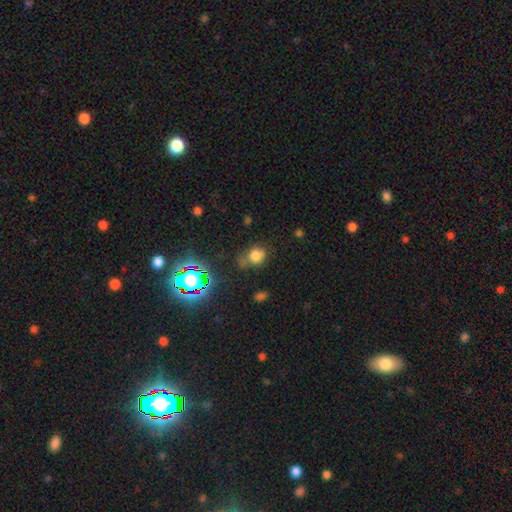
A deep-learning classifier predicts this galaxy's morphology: A smooth galaxy with no disk features (71%) that is round (63%).

Vote fractions:
- Smooth or featured? smooth: 71% / star or artifact: 21% / featured or disk: 8%
- How rounded? round: 63% / in between: 36% / cigar-shaped: 1%
- Merging? none: 59% / minor disturbance: 21% / merger: 11% / major disturbance: 9%